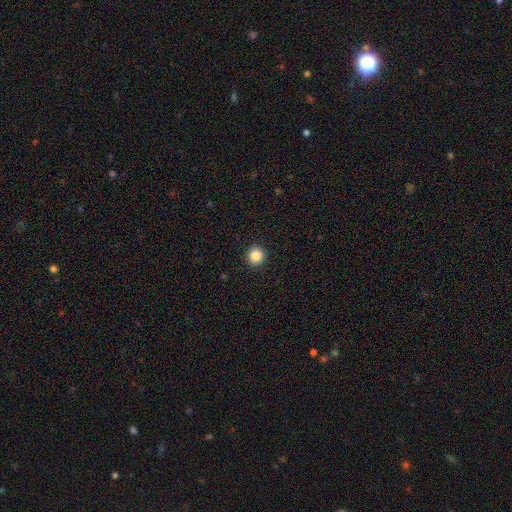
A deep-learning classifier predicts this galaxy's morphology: smooth_or_featured: smooth (p=0.86) [alt: star or artifact p=0.10]
how_rounded: round (p=0.93) [alt: in between p=0.06]
merging: none (p=0.93) [alt: minor disturbance p=0.05]